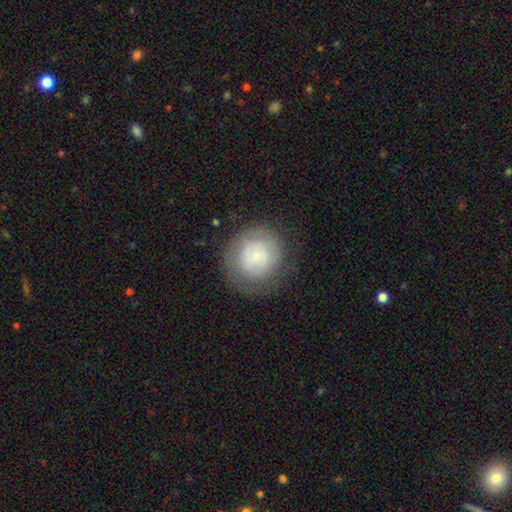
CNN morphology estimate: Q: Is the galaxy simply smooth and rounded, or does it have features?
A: smooth — 66%.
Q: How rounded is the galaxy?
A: round — 88%.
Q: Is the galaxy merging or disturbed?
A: none — 77%.